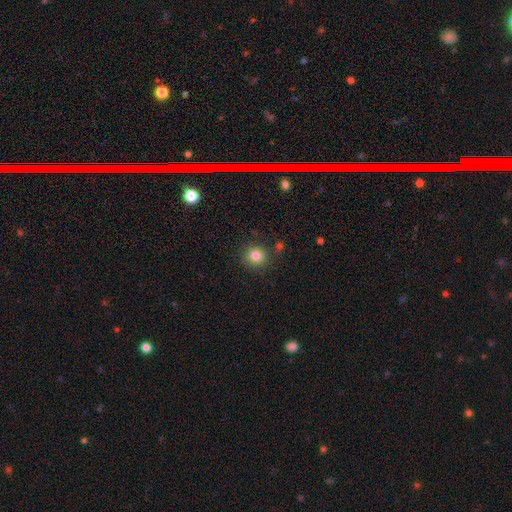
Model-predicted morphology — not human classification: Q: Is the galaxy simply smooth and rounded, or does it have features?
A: smooth — 82%.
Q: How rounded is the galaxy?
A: round — 91%.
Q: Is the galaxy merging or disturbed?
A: none — 84%.